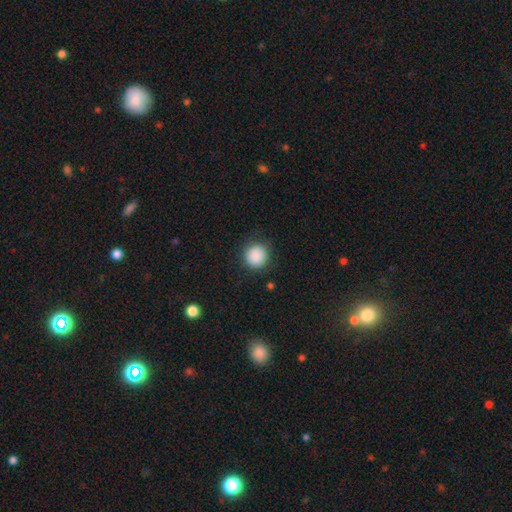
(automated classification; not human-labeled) A smooth galaxy with no disk features (89%) that is round (93%). Merging: none (88%).